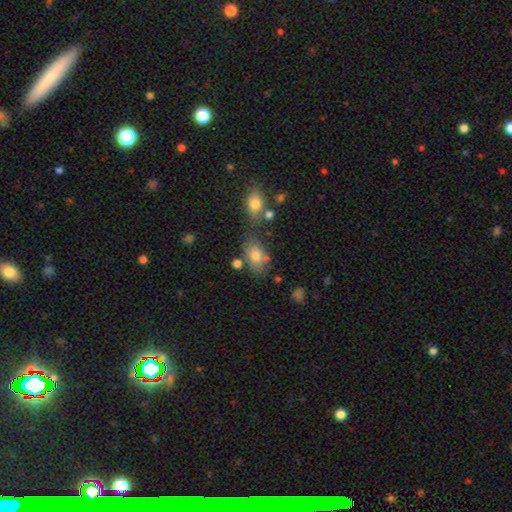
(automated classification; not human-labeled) Morphology: type=smooth (77%); roundness=in between (86%); merging=none (61%).